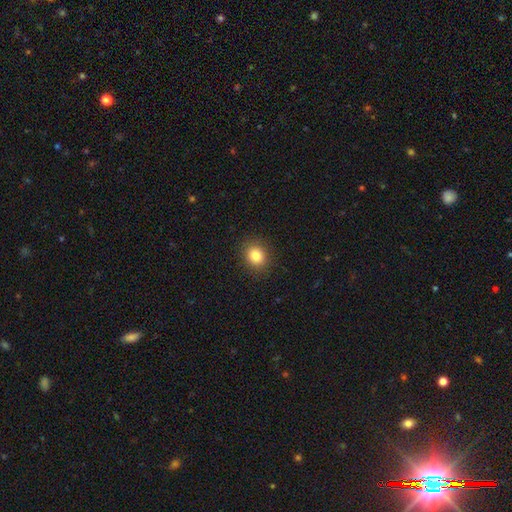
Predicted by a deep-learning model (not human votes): The model was most divided on "how rounded": round: 66%, in between: 33%, cigar-shaped: 1%. More confident: merging — none (89%); smooth or featured — smooth (84%).